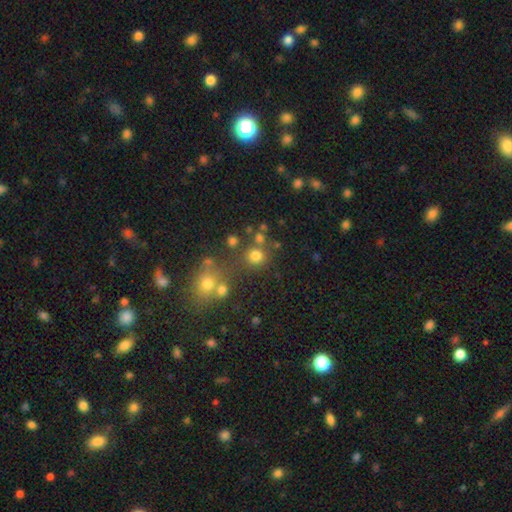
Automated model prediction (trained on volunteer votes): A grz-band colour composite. It shows a smooth galaxy with no disk features (75%) that is round (90%). Merging: none (72%).